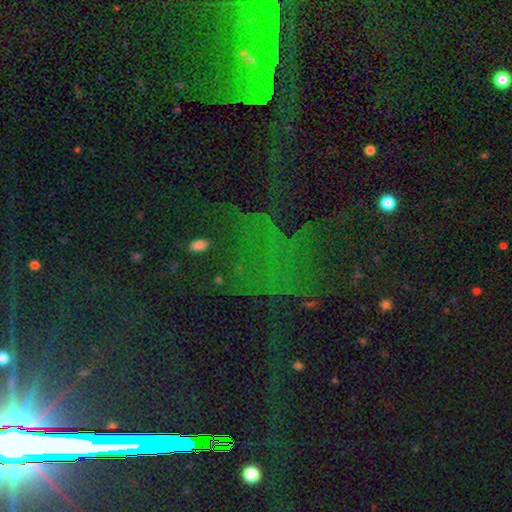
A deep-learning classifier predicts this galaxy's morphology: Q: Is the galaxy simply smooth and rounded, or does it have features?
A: star or artifact — 69%.